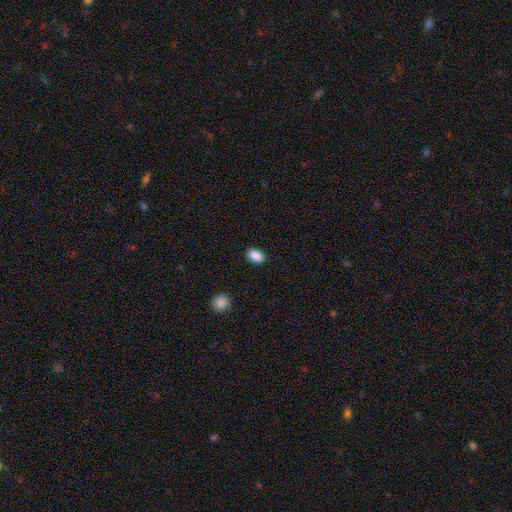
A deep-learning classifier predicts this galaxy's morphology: smooth_or_featured: smooth (p=0.89) [alt: star or artifact p=0.08]
how_rounded: in between (p=0.85) [alt: round p=0.14]
merging: none (p=0.88) [alt: minor disturbance p=0.09]